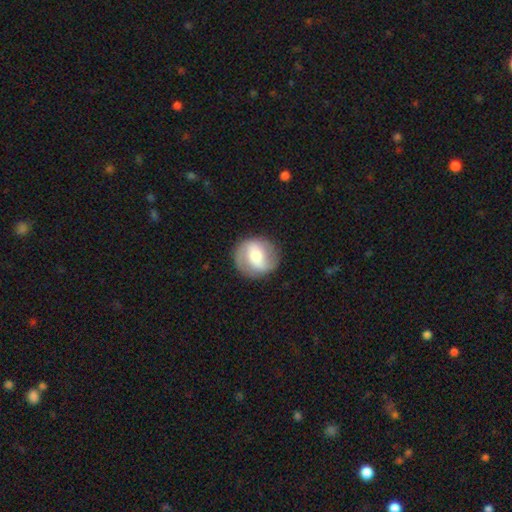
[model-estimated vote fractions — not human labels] Smooth or featured? featured or disk (58%)
Edge-on disk? no (96%)
Bar? weak (37%)
Spiral arms? yes (72%)
Bulge size? moderate (57%)
Merging? none (84%)